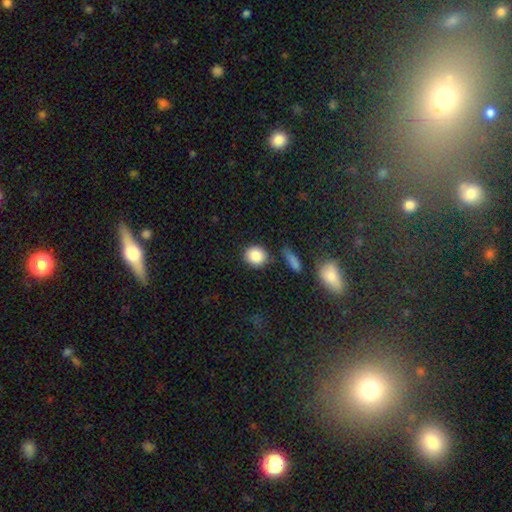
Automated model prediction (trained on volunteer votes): smooth_or_featured: smooth (p=0.87) [alt: star or artifact p=0.08]
how_rounded: round (p=0.81) [alt: in between p=0.18]
merging: none (p=0.78) [alt: minor disturbance p=0.12]